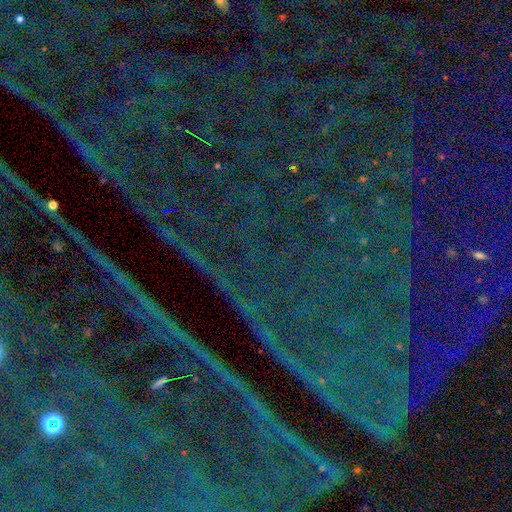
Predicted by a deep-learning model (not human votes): A star or artifact, not a galaxy (86%).

Vote fractions:
- Smooth or featured? star or artifact: 86% / smooth: 7% / featured or disk: 7%